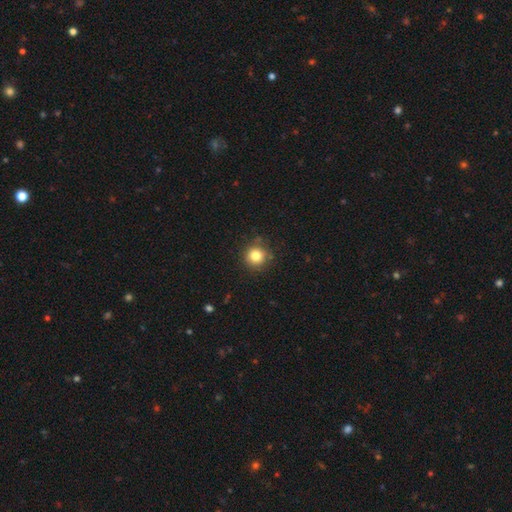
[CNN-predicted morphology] A smooth galaxy with no disk features (82%) that is round (94%).

Vote fractions:
- Smooth or featured? smooth: 82% / star or artifact: 11% / featured or disk: 7%
- How rounded? round: 94% / in between: 5% / cigar-shaped: 1%
- Merging? none: 85% / minor disturbance: 10% / major disturbance: 3% / merger: 2%